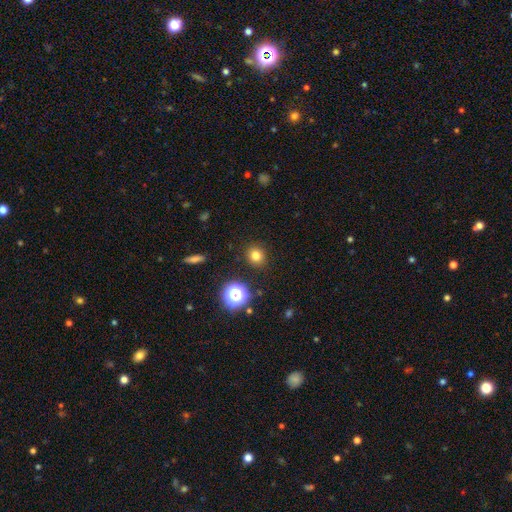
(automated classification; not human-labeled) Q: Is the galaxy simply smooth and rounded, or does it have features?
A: smooth — 78%.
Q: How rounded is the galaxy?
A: round — 86%.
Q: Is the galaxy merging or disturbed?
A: none — 90%.